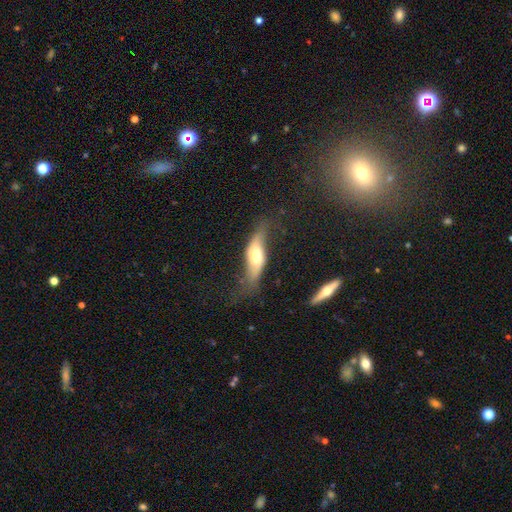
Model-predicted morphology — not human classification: The model was most divided on "edge-on disk": no: 57%, yes: 43%. Remaining: smooth or featured — featured or disk (54%); merging — none (47%).